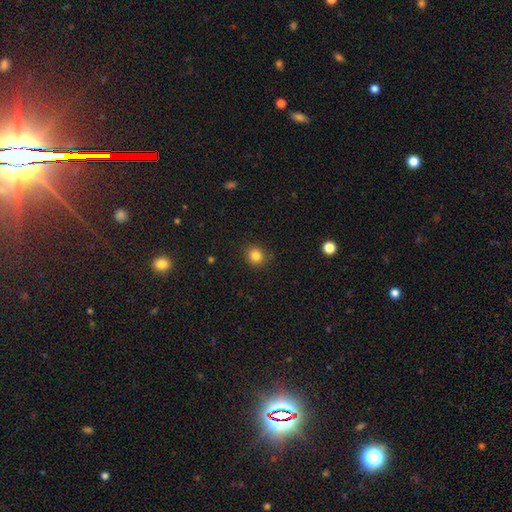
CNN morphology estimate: A smooth galaxy with no disk features (84%) that is round (83%). Merging: none (89%).